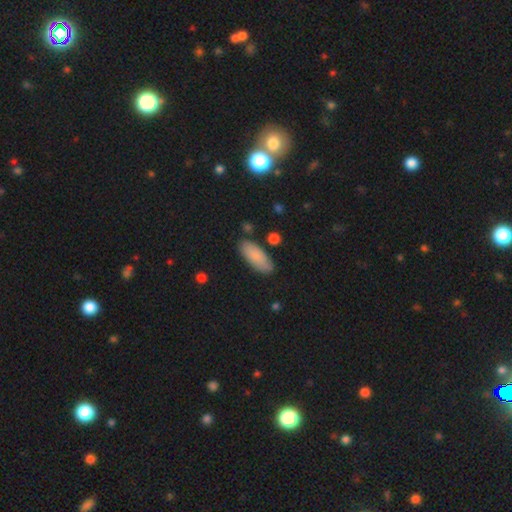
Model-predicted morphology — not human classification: This appears to be a smooth galaxy with no disk features (85%) that is in between round and cigar-shaped (77%). Merging: none (83%).